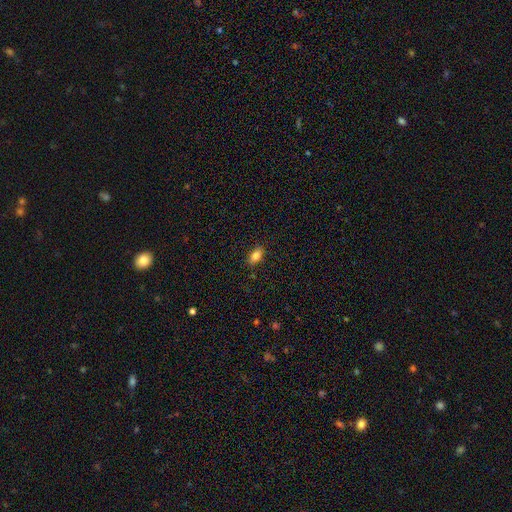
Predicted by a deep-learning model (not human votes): A smooth galaxy with no disk features (84%) that is in between round and cigar-shaped (89%).

Vote fractions:
- Smooth or featured? smooth: 84% / star or artifact: 9% / featured or disk: 7%
- How rounded? in between: 89% / round: 7% / cigar-shaped: 4%
- Merging? none: 86% / minor disturbance: 10% / major disturbance: 2% / merger: 1%